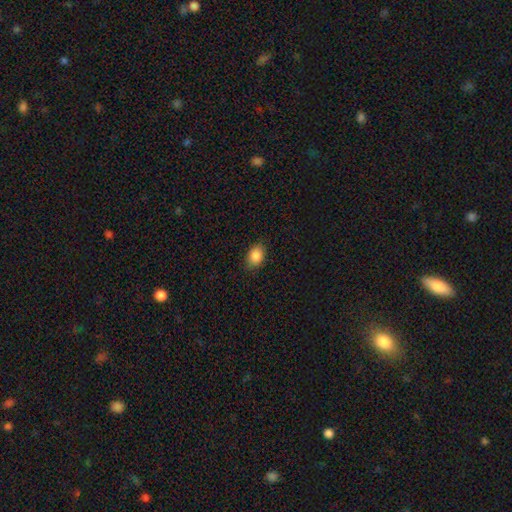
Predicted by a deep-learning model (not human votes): The model was most divided on "how rounded": in between: 71%, round: 28%, cigar-shaped: 1%. More confident: smooth or featured — smooth (87%); merging — none (83%).